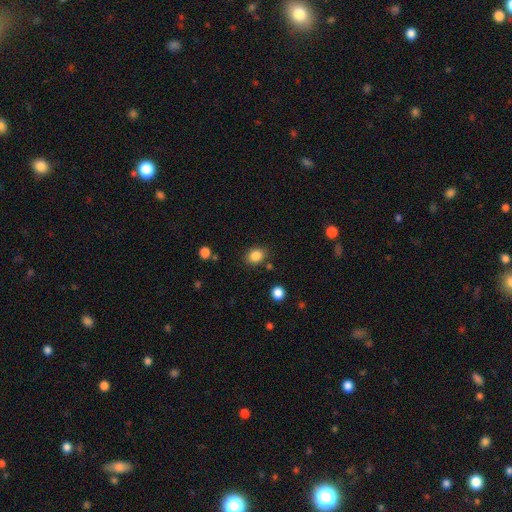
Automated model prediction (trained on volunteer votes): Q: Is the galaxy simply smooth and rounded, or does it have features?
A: smooth — 85%.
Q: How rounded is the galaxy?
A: round — 57%.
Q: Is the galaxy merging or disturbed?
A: none — 82%.